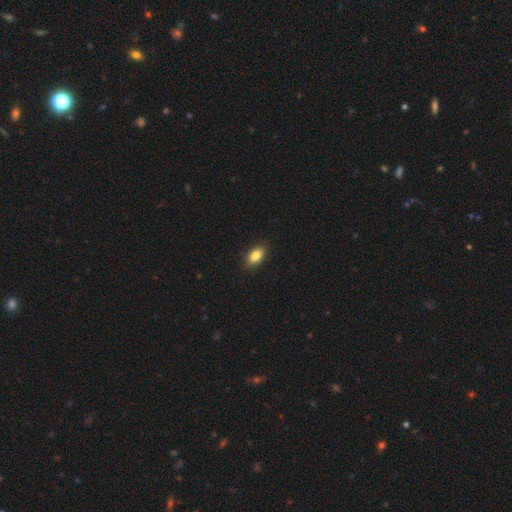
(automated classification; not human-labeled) A smooth galaxy with no disk features (84%) that is in between round and cigar-shaped (89%).

Vote fractions:
- Smooth or featured? smooth: 84% / featured or disk: 8% / star or artifact: 8%
- How rounded? in between: 89% / round: 8% / cigar-shaped: 3%
- Merging? none: 89% / minor disturbance: 8% / major disturbance: 2% / merger: 1%